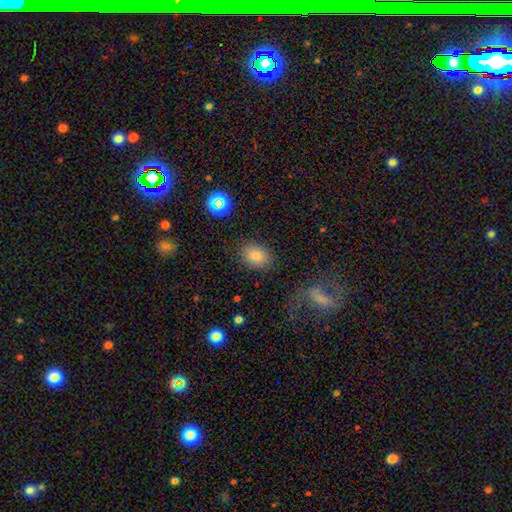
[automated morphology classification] smooth_or_featured: smooth (p=0.83) [alt: star or artifact p=0.11]
how_rounded: in between (p=0.67) [alt: round p=0.32]
merging: none (p=0.83) [alt: minor disturbance p=0.11]